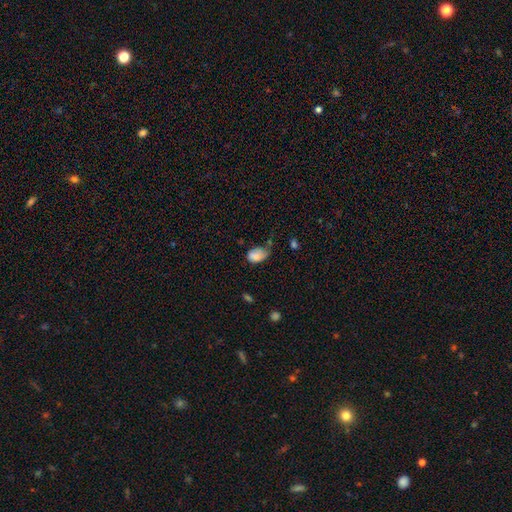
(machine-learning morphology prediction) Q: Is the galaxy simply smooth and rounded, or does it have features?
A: smooth — 80%.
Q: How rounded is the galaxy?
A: in between — 84%.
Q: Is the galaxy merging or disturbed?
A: minor disturbance — 42%.